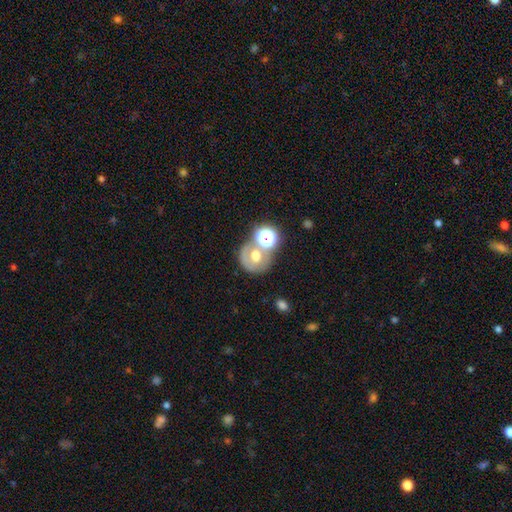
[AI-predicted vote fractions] Smooth or featured: smooth — 48% (featured or disk — 36%)
Merging: none — 47% (merger — 33%)